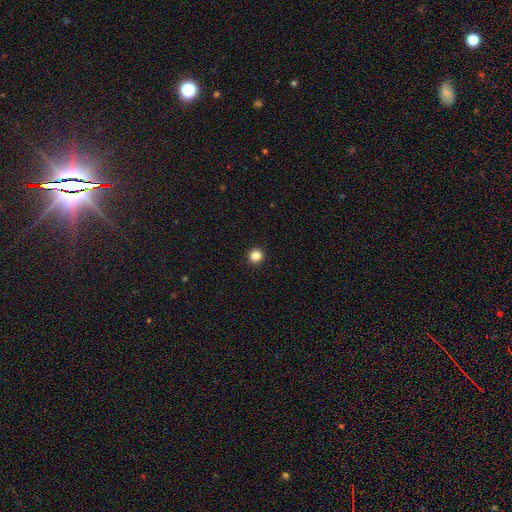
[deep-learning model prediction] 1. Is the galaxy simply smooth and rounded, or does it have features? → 85% smooth, 12% star or artifact, 3% featured or disk.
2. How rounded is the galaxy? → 95% round, 4% in between, 1% cigar-shaped.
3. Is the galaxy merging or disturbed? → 94% none, 4% minor disturbance, 1% major disturbance, 1% merger.